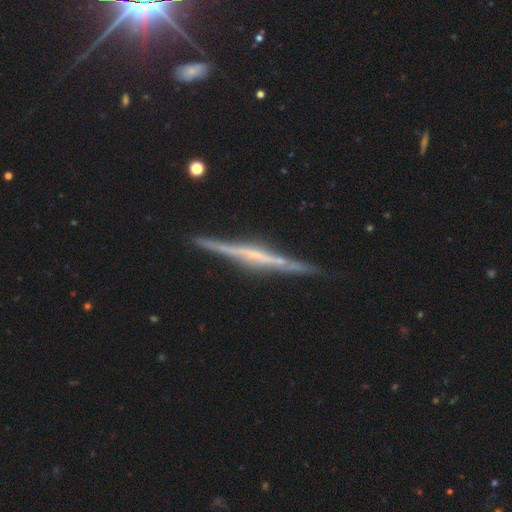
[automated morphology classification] type=featured or disk (81%); edge-on=yes (98%); edge-on bulge=none (47%); merging=none (88%).